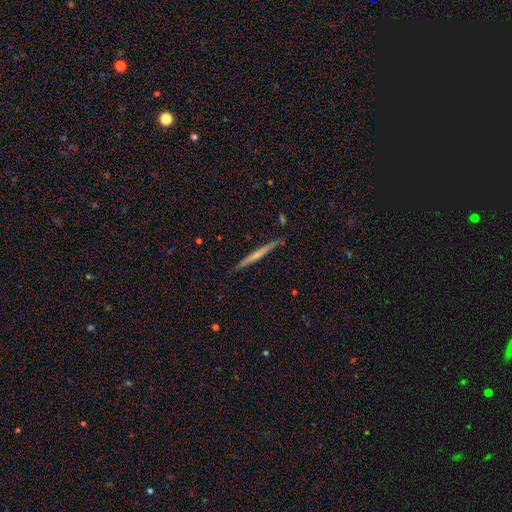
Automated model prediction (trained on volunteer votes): Overall: featured or disk (55%; smooth 39%). Edge-on disk: yes (98%). Edge-on bulge: none (65%; rounded 28%). Merging: none (90%).